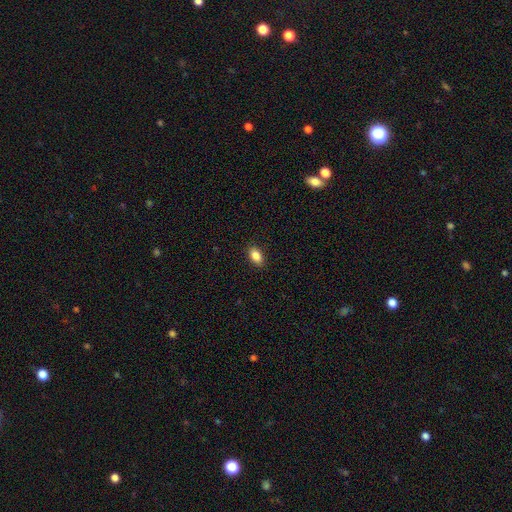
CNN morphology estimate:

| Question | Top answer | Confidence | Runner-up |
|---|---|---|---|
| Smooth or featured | smooth | 86% | star or artifact (8%) |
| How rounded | in between | 90% | round (6%) |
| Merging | none | 89% | minor disturbance (8%) |